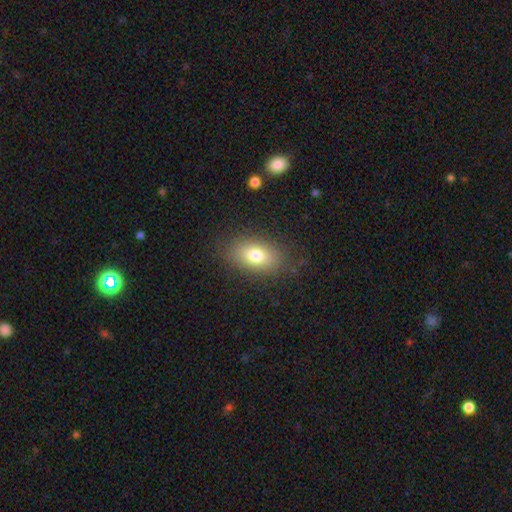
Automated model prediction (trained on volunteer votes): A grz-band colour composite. It shows a smooth galaxy with no disk features (76%) that is in between round and cigar-shaped (86%). Merging: none (85%).